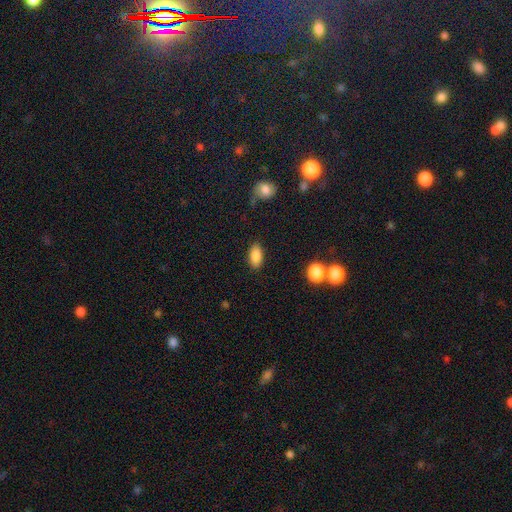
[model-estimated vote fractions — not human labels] Smooth or featured: smooth — 86% (star or artifact — 8%)
How rounded: in between — 90% (cigar-shaped — 5%)
Merging: none — 85% (minor disturbance — 10%)